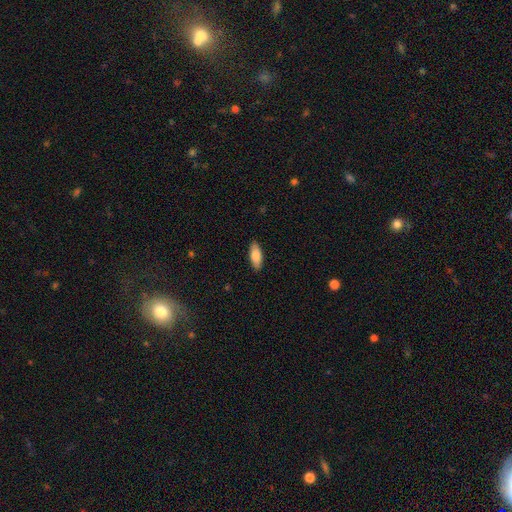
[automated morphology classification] smooth-or-featured: smooth: 83% | featured or disk: 12% | star or artifact: 6%
  how-rounded: in between: 79% | cigar-shaped: 19% | round: 2%
  merging: none: 89% | minor disturbance: 9% | major disturbance: 2% | merger: 1%